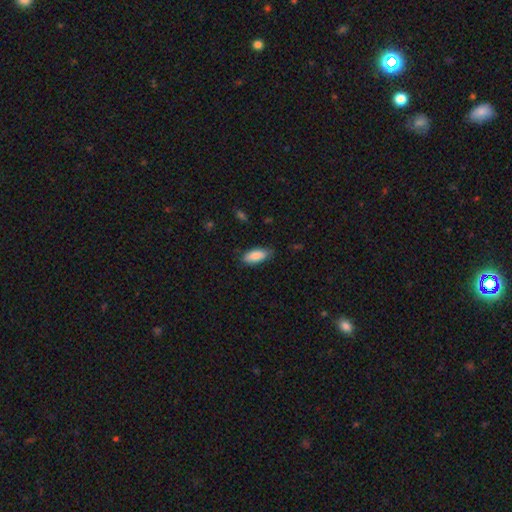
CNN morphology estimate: Smooth or featured? Predicted: smooth (p=0.86). How rounded? Predicted: in between (p=0.86). Merging? Predicted: none (p=0.80).